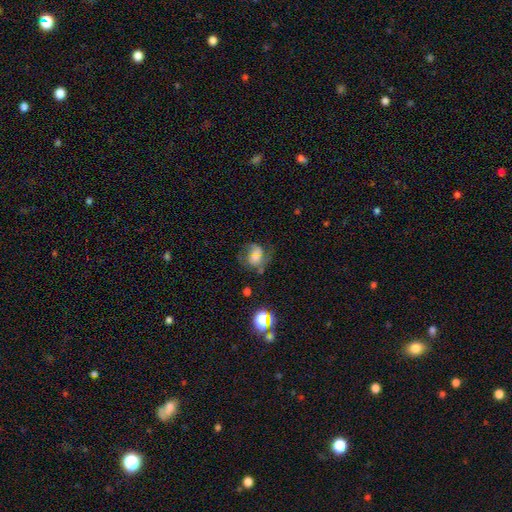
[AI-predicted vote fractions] Smooth or featured? Predicted: featured or disk (p=0.46). Merging? Predicted: none (p=0.43).